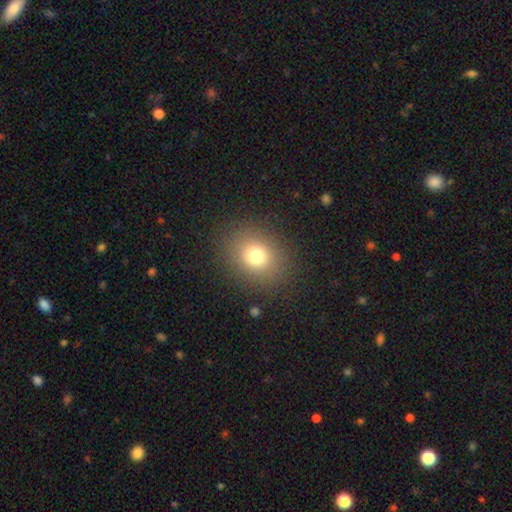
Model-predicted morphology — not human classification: Smooth or featured: smooth — 75% (star or artifact — 15%)
How rounded: round — 60% (in between — 40%)
Merging: none — 87% (minor disturbance — 8%)